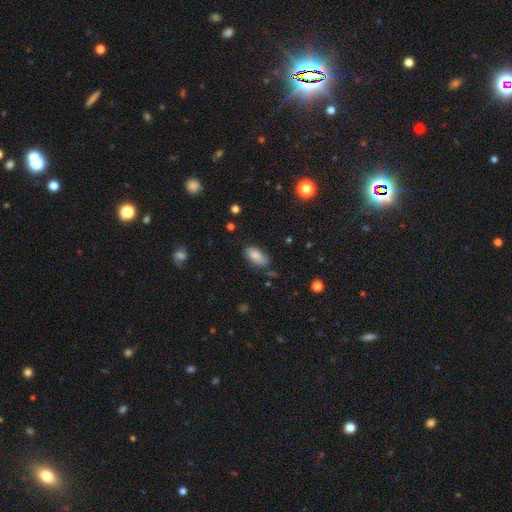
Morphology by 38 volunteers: Smooth or featured: smooth — 87% (star or artifact — 8%)
How rounded: in between — 100%
Merging: none — 66% (minor disturbance — 20%)